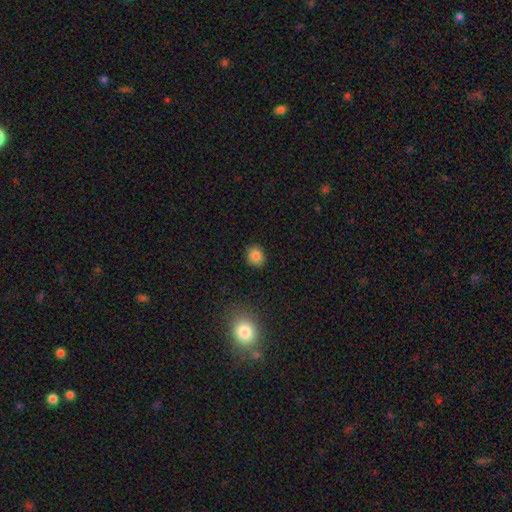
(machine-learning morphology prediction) This appears to be a smooth galaxy with no disk features (83%) that is round (76%). Merging: none (88%).